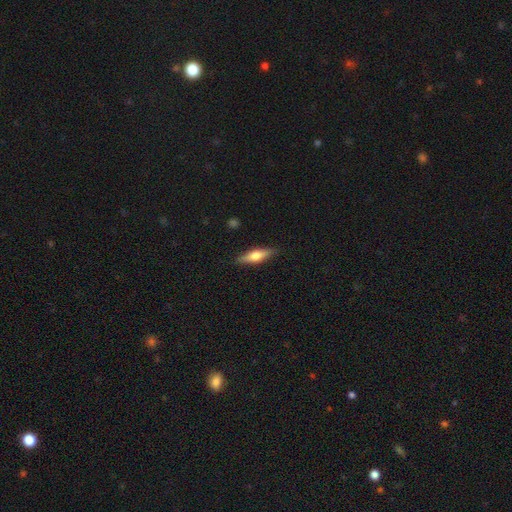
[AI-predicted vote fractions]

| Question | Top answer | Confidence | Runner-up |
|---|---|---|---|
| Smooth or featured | smooth | 54% | featured or disk (40%) |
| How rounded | cigar-shaped | 66% | in between (32%) |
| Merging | none | 88% | minor disturbance (9%) |